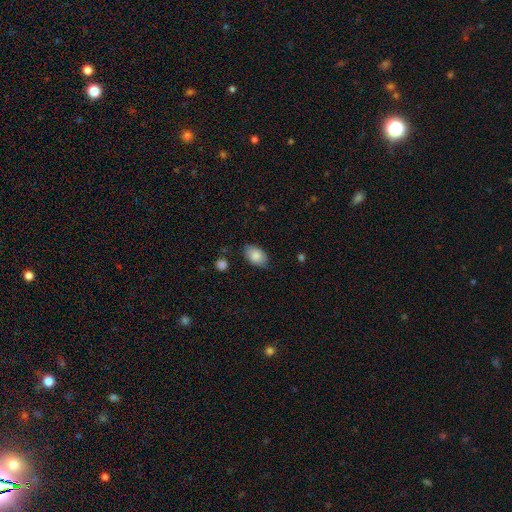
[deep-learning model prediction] A smooth galaxy with no disk features (85%) that is in between round and cigar-shaped (90%). Merging: none (80%).